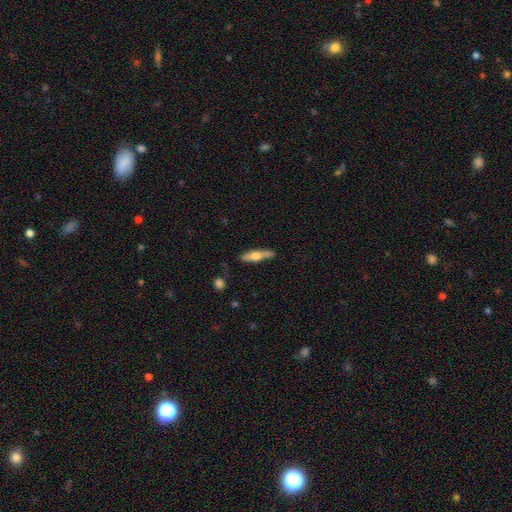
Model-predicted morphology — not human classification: smooth-or-featured: smooth: 51% | featured or disk: 43% | star or artifact: 6%
  how-rounded: cigar-shaped: 70% | in between: 27% | round: 2%
  merging: none: 78% | minor disturbance: 16% | major disturbance: 3% | merger: 3%